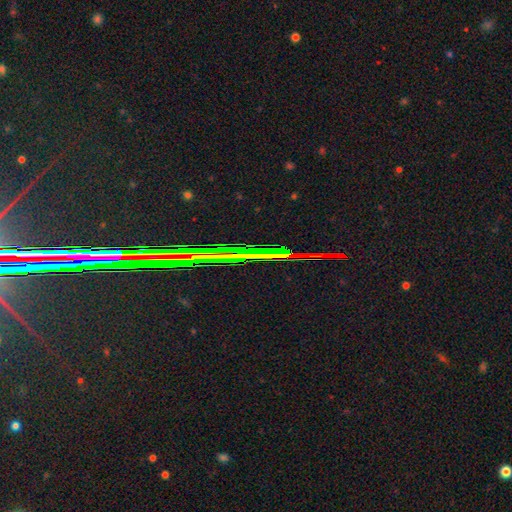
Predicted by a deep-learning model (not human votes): smooth_or_featured: star or artifact (p=0.80) [alt: featured or disk p=0.11]